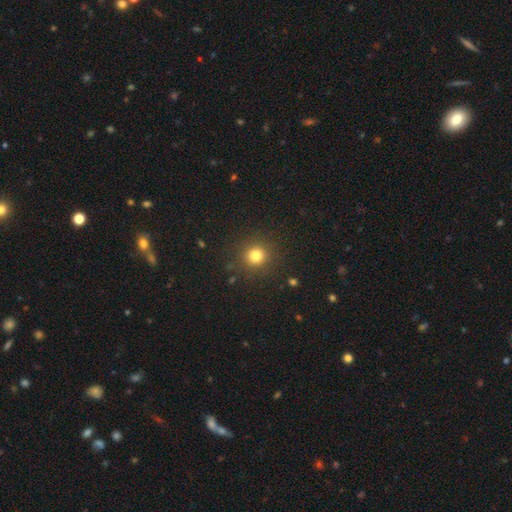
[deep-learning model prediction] Morphology: type=smooth (80%); roundness=round (93%); merging=none (88%).